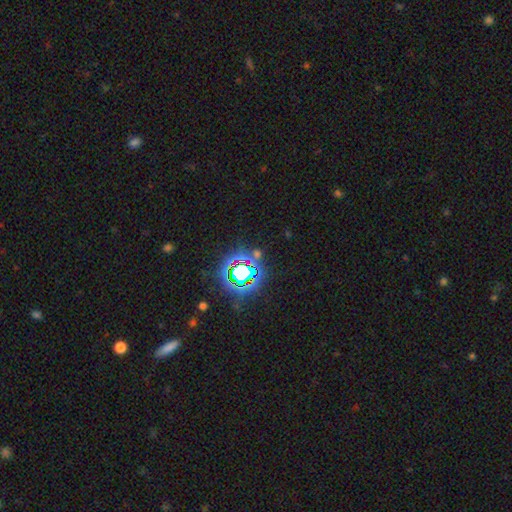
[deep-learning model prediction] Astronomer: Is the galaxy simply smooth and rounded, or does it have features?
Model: star or artifact — 75%.